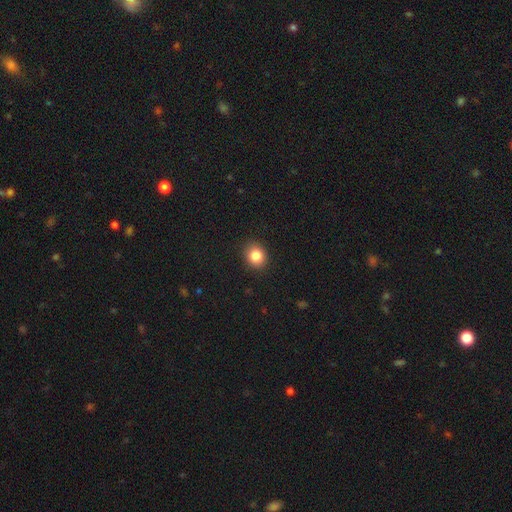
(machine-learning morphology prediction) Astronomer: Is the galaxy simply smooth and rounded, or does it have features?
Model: smooth — 83%.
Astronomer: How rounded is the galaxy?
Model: round — 74%.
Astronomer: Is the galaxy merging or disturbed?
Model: none — 90%.